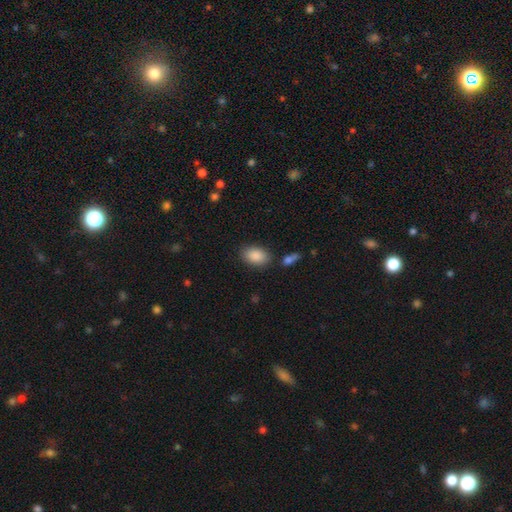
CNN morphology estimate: This appears to be a smooth galaxy with no disk features (89%) that is in between round and cigar-shaped (88%). Merging: none (81%).